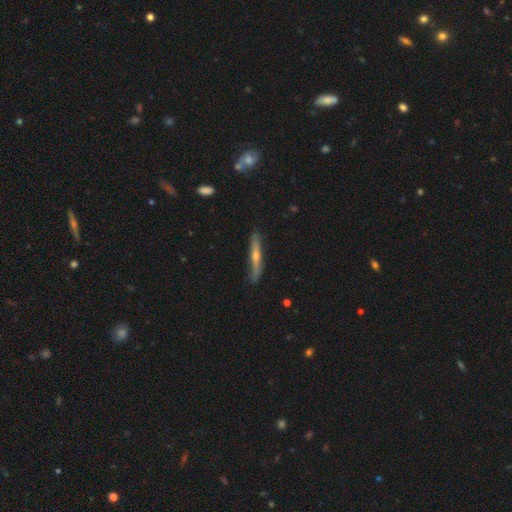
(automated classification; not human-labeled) This appears to be a featured or disk galaxy (61%) viewed edge-on (89%) with a rounded central bulge (85%). Merging: none (83%).